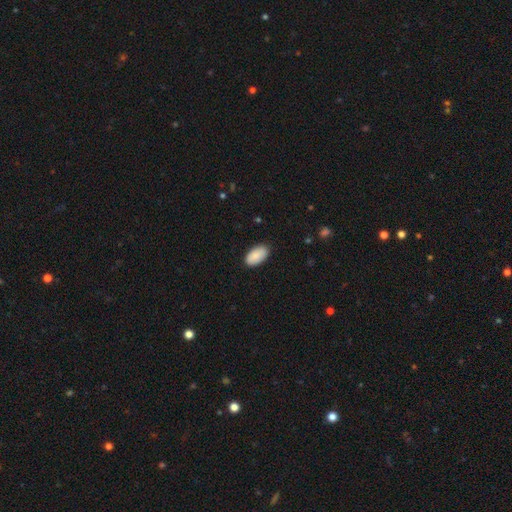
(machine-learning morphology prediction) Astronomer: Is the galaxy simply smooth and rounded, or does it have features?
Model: smooth — 86%.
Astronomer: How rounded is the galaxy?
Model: in between — 95%.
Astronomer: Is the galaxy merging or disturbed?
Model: none — 85%.